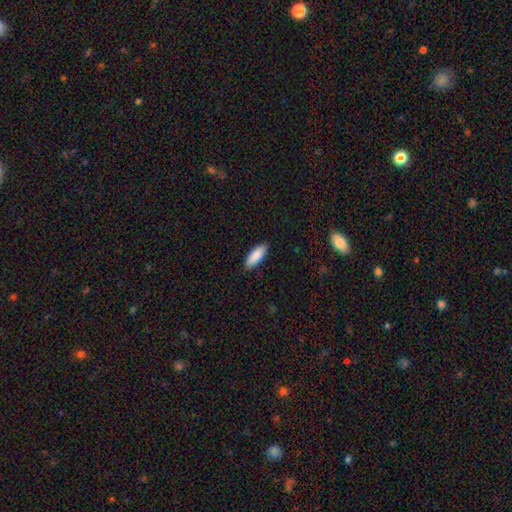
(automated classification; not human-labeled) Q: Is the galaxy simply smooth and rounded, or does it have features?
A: smooth — 87%.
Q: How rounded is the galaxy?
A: in between — 72%.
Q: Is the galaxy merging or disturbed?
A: none — 88%.